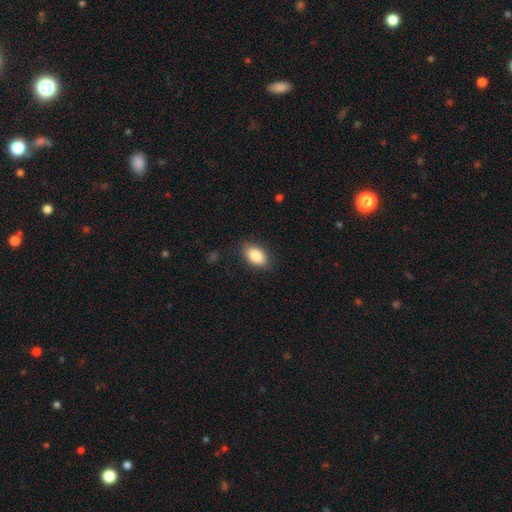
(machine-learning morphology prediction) smooth_or_featured: smooth (p=0.87) [alt: star or artifact p=0.07]
how_rounded: in between (p=0.90) [alt: round p=0.08]
merging: none (p=0.84) [alt: minor disturbance p=0.12]